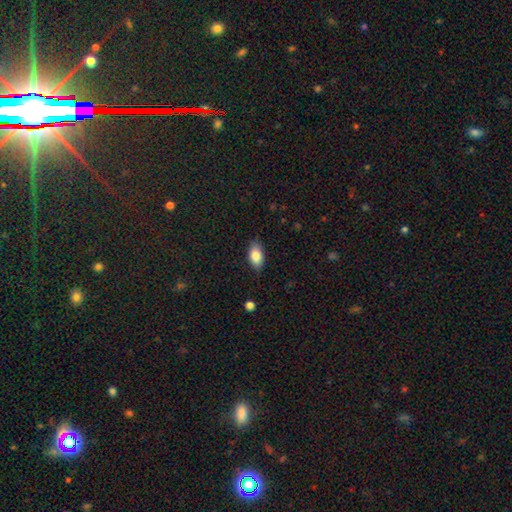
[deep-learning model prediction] A smooth galaxy with no disk features (84%) that is in between round and cigar-shaped (91%).

Vote fractions:
- Smooth or featured? smooth: 84% / featured or disk: 8% / star or artifact: 7%
- How rounded? in between: 91% / round: 6% / cigar-shaped: 3%
- Merging? none: 85% / minor disturbance: 12% / major disturbance: 2% / merger: 1%